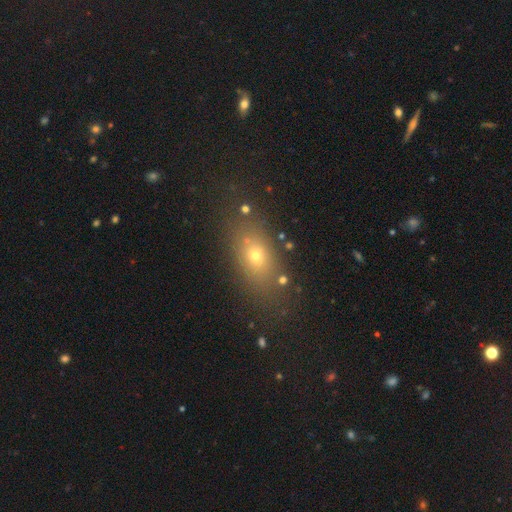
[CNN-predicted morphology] Overall: smooth (65%). How rounded: in between (70%). Merging: none (77%).